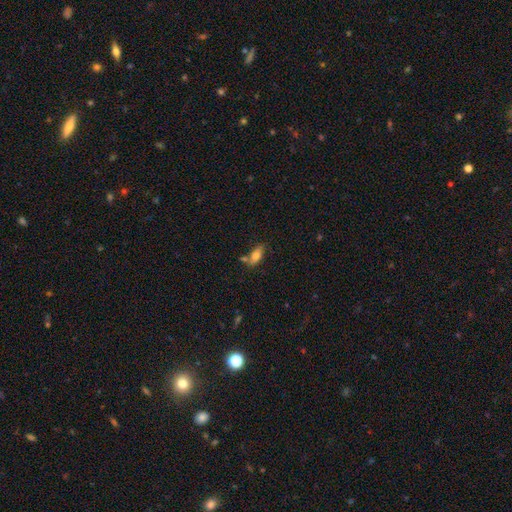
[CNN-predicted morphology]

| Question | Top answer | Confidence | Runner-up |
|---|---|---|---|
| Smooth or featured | smooth | 75% | featured or disk (17%) |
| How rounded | in between | 79% | cigar-shaped (18%) |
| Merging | none | 57% | minor disturbance (19%) |